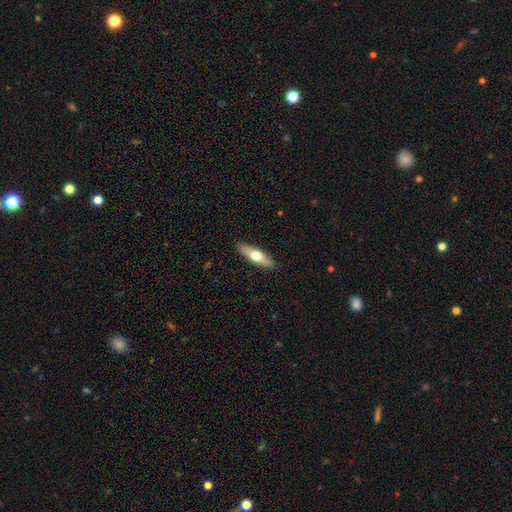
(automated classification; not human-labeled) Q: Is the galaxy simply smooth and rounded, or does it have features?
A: smooth — 52%.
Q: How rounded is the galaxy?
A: cigar-shaped — 59%.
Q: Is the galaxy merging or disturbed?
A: none — 90%.